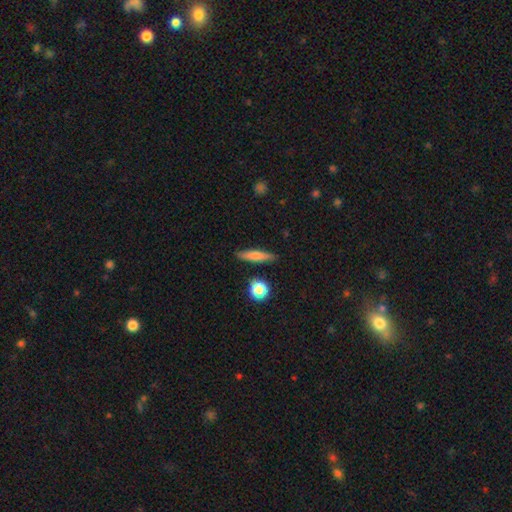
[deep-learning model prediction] Smooth or featured?
  - smooth: 69% *
  - featured or disk: 23%
  - star or artifact: 8%
How rounded?
  - cigar-shaped: 81% *
  - in between: 14%
  - round: 4%
Merging?
  - none: 87% *
  - minor disturbance: 8%
  - merger: 2%
  - major disturbance: 2%